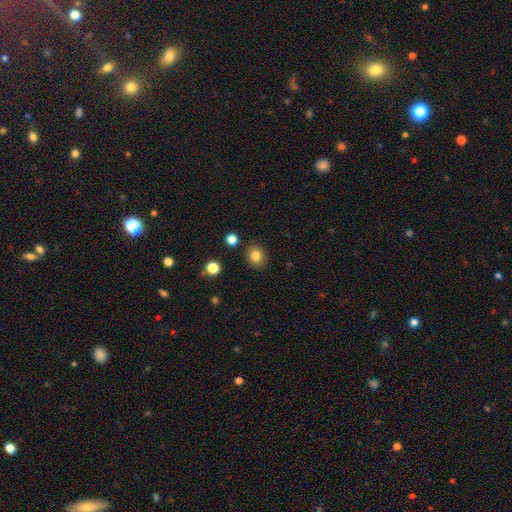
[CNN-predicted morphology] This is clearly a smooth galaxy (83%). How rounded: likely round (67%). Merging: clearly none (86%).